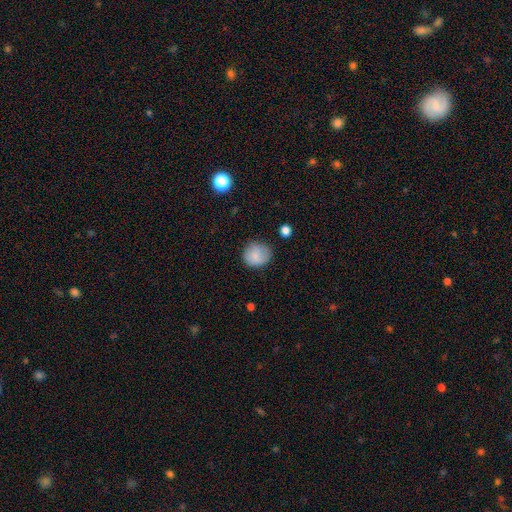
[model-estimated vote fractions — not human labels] smooth_or_featured: smooth (p=0.82) [alt: featured or disk p=0.10]
how_rounded: round (p=0.83) [alt: in between p=0.16]
merging: none (p=0.68) [alt: minor disturbance p=0.23]